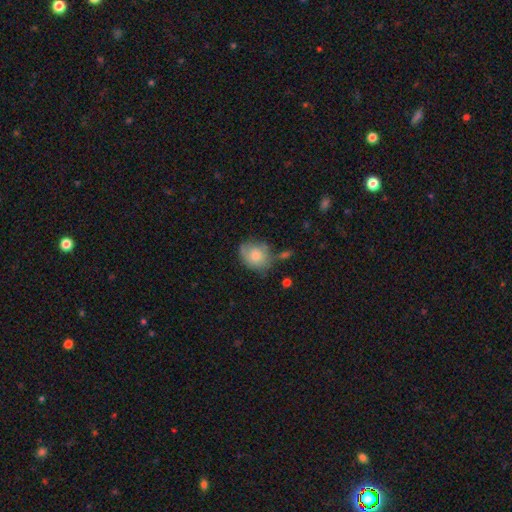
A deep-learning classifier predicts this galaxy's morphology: This is likely a smooth galaxy (75%). How rounded: likely round (61%). Merging: possibly none (56%).